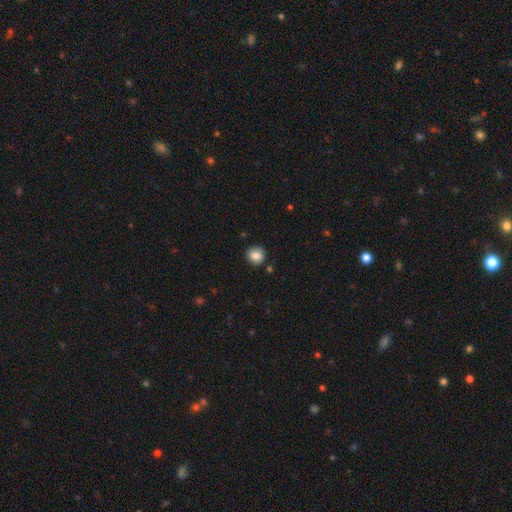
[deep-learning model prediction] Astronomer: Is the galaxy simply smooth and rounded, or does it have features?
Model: smooth — 85%.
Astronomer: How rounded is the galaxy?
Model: round — 93%.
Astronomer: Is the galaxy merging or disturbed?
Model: none — 90%.